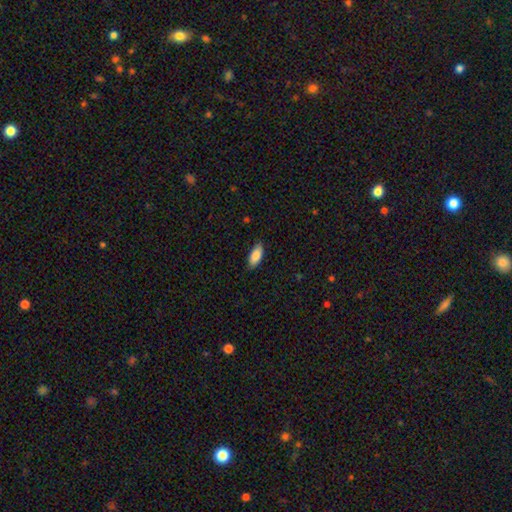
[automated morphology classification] Q: Smooth or featured?
A: smooth (86%); runner-up: featured or disk (7%)
Q: How rounded?
A: in between (86%); runner-up: cigar-shaped (12%)
Q: Merging?
A: none (83%); runner-up: minor disturbance (14%)